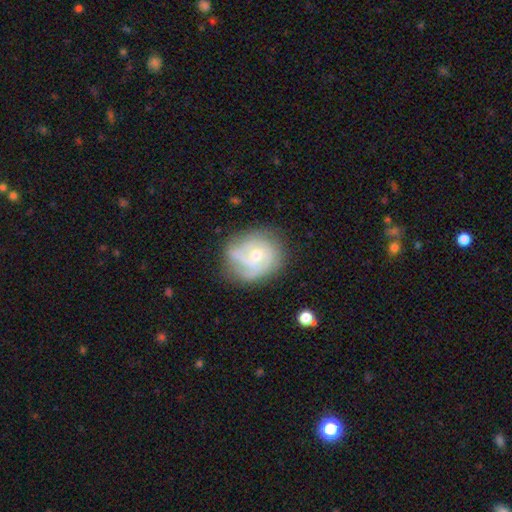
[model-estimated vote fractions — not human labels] This appears to be a featured or disk galaxy (65%) with no bar (75%), spiral arms (77%) and a moderate central bulge (51%). Merging: none (56%).